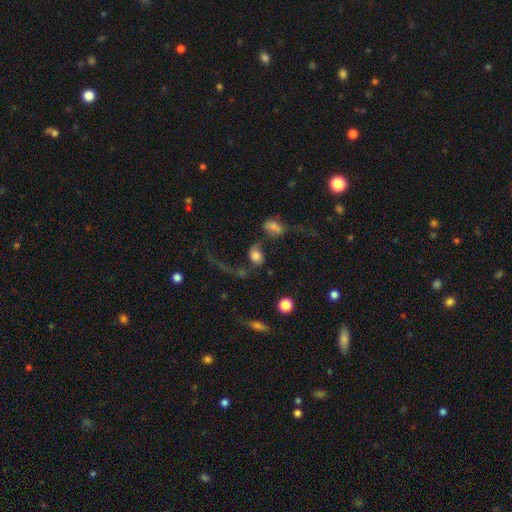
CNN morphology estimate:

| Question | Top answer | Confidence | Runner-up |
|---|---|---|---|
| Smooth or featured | smooth | 61% | featured or disk (26%) |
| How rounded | in between | 53% | round (44%) |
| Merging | none | 32% | tied: major disturbance (32%) |